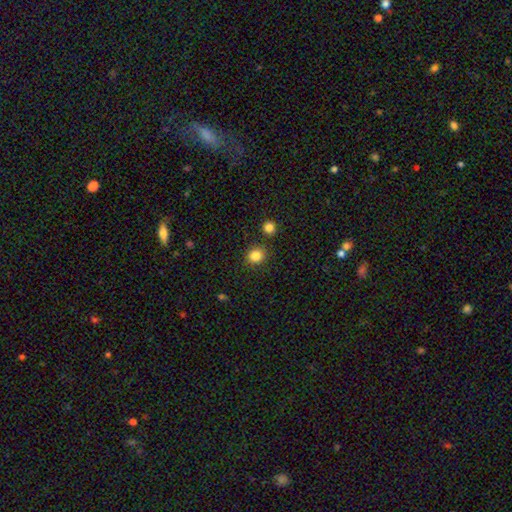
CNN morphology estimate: Smooth or featured? smooth (84%)
How rounded? round (81%)
Merging? none (86%)